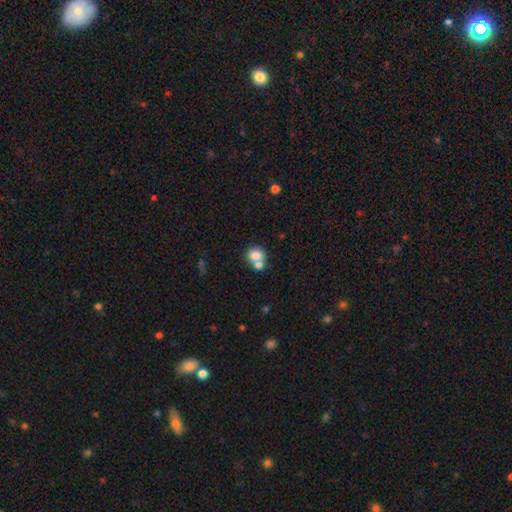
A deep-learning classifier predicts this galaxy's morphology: Overall: smooth (78%). How rounded: round (82%). Merging: merger (49%; none 41%).